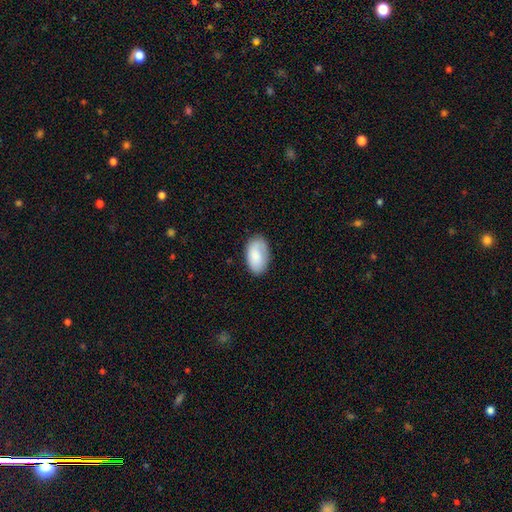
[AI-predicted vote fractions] smooth-or-featured: smooth: 84% | featured or disk: 10% | star or artifact: 6%
  how-rounded: in between: 94% | round: 5% | cigar-shaped: 1%
  merging: none: 77% | minor disturbance: 17% | major disturbance: 4% | merger: 1%